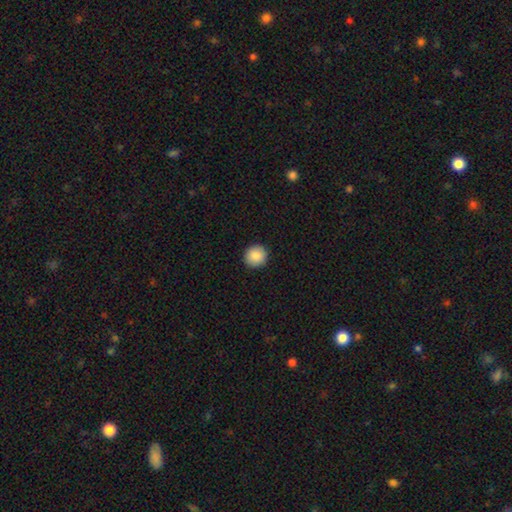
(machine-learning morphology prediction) Smooth or featured?
  - smooth: 87% *
  - star or artifact: 8%
  - featured or disk: 5%
How rounded?
  - round: 91% *
  - in between: 8%
  - cigar-shaped: 1%
Merging?
  - none: 92% *
  - minor disturbance: 5%
  - major disturbance: 1%
  - merger: 1%